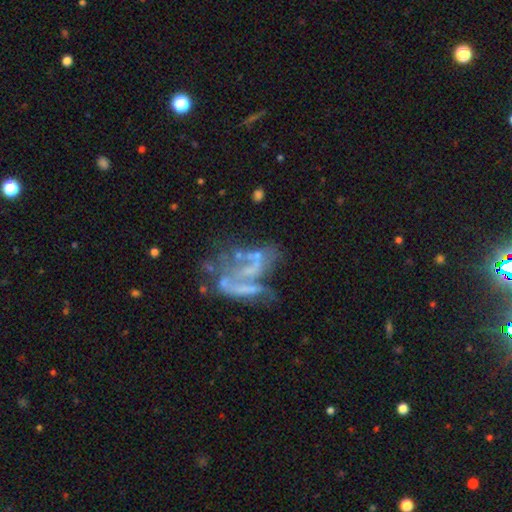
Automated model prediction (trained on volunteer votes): Overall: featured or disk (69%). Edge-on disk: no (96%). Bar: no (74%). Spiral arms: no (77%). Bulge size: none (74%). Merging: major disturbance (36%; none 25%).